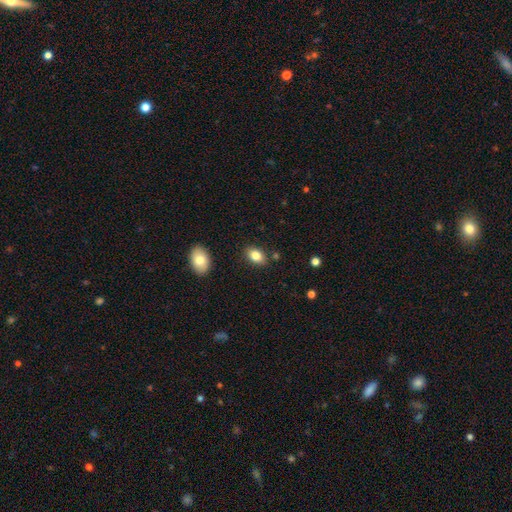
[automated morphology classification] Smooth or featured? smooth (82%)
How rounded? in between (83%)
Merging? none (84%)